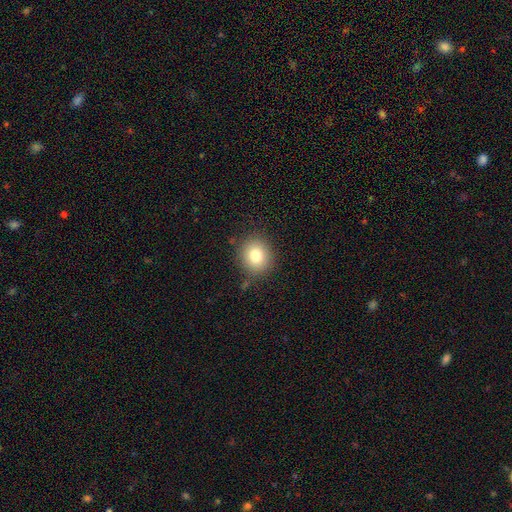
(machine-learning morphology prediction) Overall: smooth (80%). How rounded: round (81%). Merging: none (84%).